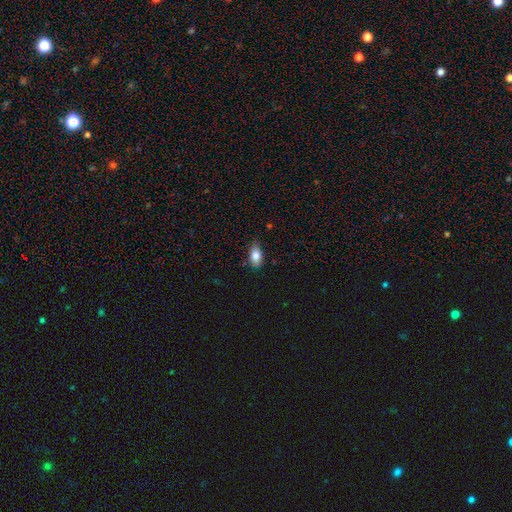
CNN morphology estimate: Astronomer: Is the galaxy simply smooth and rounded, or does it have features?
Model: smooth — 82%.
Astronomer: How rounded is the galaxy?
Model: in between — 89%.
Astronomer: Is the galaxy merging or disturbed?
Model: none — 76%.